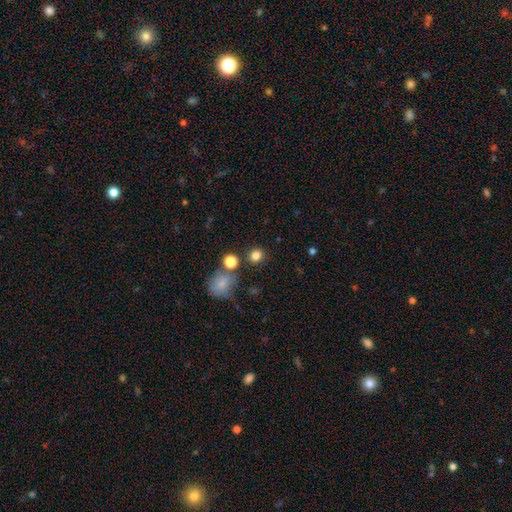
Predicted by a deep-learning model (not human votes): Q: Smooth or featured?
A: smooth (81%); runner-up: star or artifact (14%)
Q: How rounded?
A: round (81%); runner-up: in between (18%)
Q: Merging?
A: none (81%); runner-up: minor disturbance (8%)